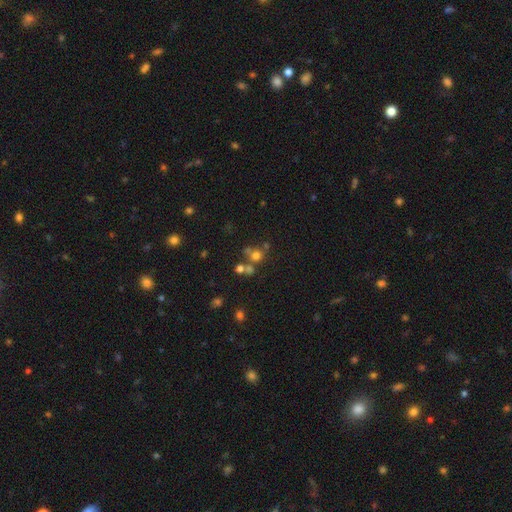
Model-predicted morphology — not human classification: smooth-or-featured: smooth: 62% | star or artifact: 23% | featured or disk: 15%
  how-rounded: round: 86% | in between: 13% | cigar-shaped: 1%
  merging: none: 51% | merger: 34% | minor disturbance: 9% | major disturbance: 6%